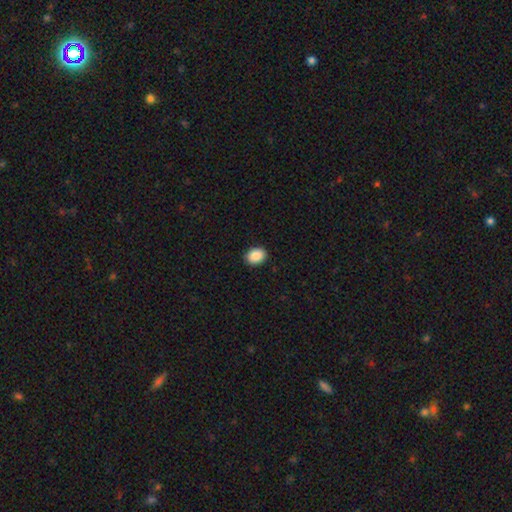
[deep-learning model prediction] Overall: smooth (89%). How rounded: in between (61%; round 38%). Merging: none (90%).